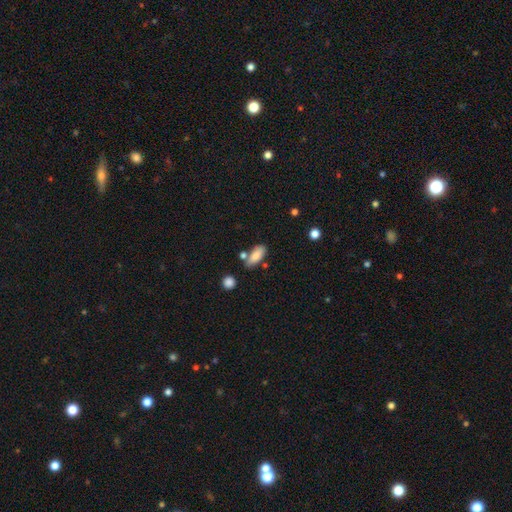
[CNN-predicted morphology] smooth_or_featured: smooth (p=0.83) [alt: featured or disk p=0.10]
how_rounded: in between (p=0.79) [alt: cigar-shaped p=0.18]
merging: none (p=0.63) [alt: minor disturbance p=0.17]